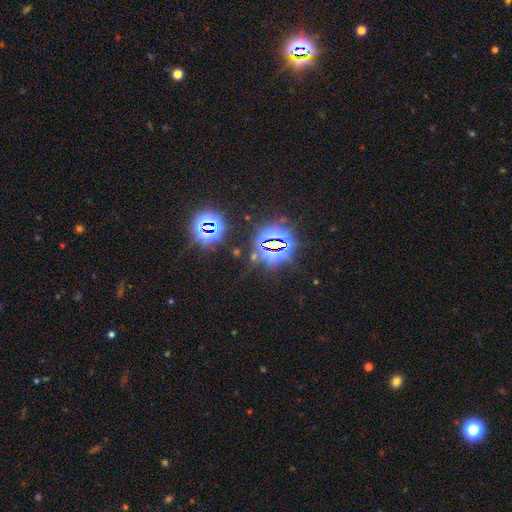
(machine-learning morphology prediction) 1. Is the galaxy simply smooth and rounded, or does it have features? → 82% star or artifact, 11% smooth, 8% featured or disk.